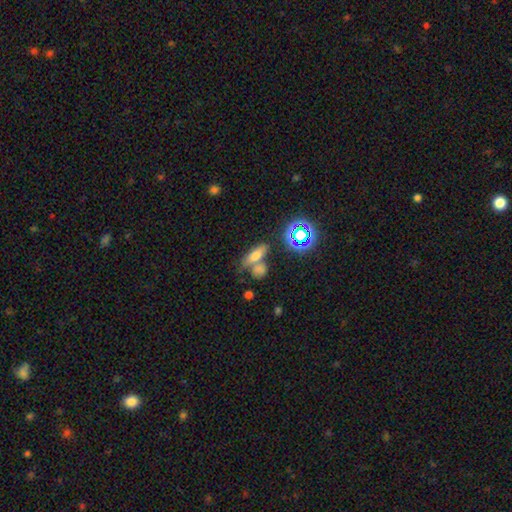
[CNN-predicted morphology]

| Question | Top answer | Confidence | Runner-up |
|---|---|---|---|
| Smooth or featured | smooth | 62% | star or artifact (19%) |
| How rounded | in between | 55% | cigar-shaped (35%) |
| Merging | none | 49% | merger (34%) |